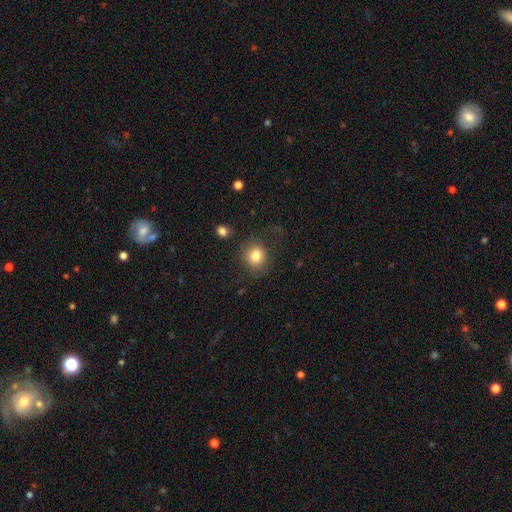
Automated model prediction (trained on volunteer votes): smooth 81%, star or artifact 10%, featured or disk 9%. Down the decision tree: how rounded — round (81%); merging — none (72%).